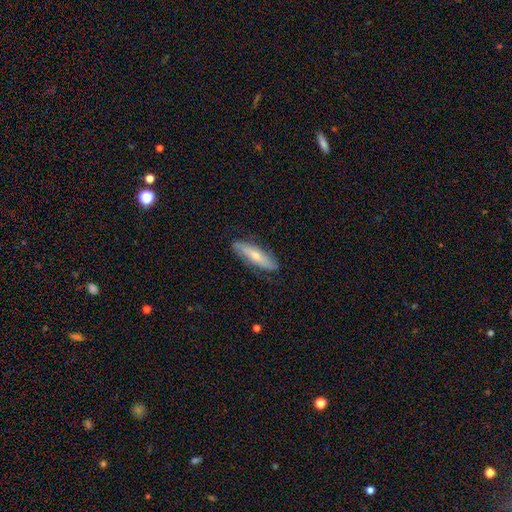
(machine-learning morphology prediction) Smooth or featured: smooth — 51% (featured or disk — 43%)
How rounded: cigar-shaped — 64% (in between — 34%)
Merging: none — 82% (minor disturbance — 14%)